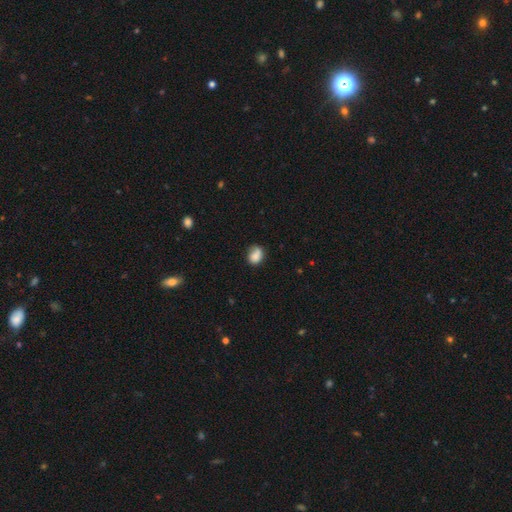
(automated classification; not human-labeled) smooth 77%, featured or disk 13%, star or artifact 9%. Down the decision tree: how rounded — in between (52%); merging — none (49%).